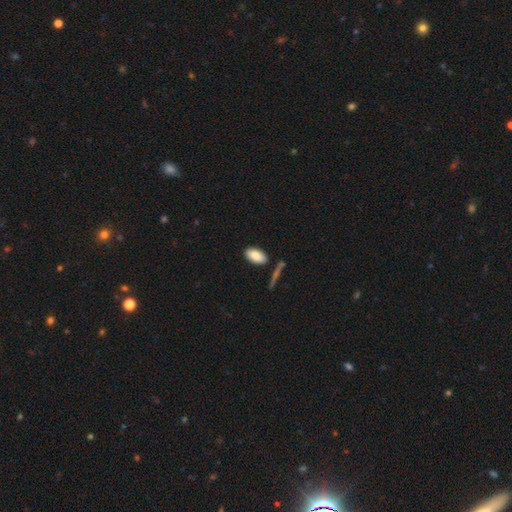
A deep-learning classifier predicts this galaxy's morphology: type=smooth (84%); roundness=in between (93%); merging=none (80%).